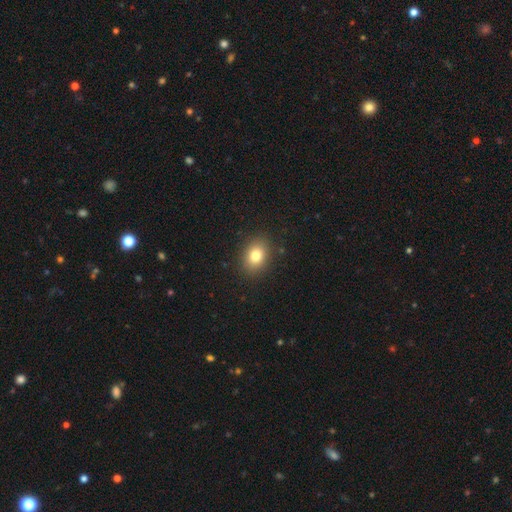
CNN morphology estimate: Smooth or featured: smooth — 80% (star or artifact — 11%)
How rounded: in between — 61% (round — 38%)
Merging: none — 88% (minor disturbance — 8%)